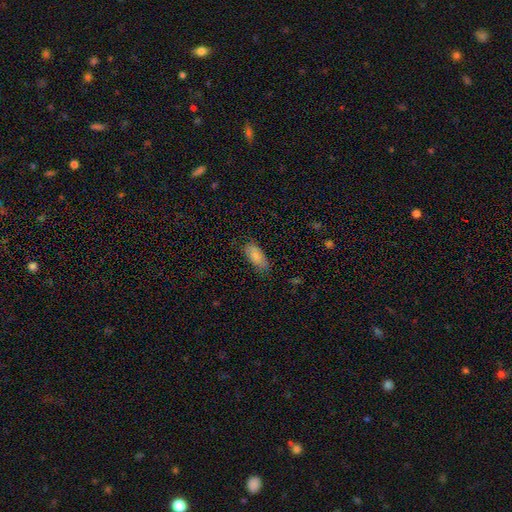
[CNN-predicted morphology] Smooth or featured: smooth — 84% (featured or disk — 10%)
How rounded: in between — 89% (cigar-shaped — 9%)
Merging: none — 75% (minor disturbance — 20%)